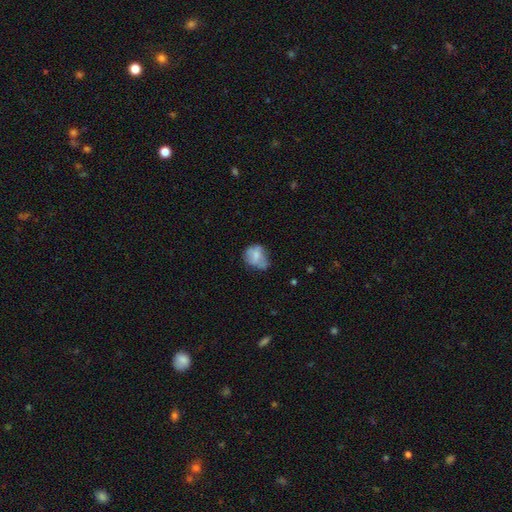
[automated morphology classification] Smooth or featured?
  - smooth: 68% *
  - featured or disk: 22%
  - star or artifact: 9%
How rounded?
  - in between: 50% *
  - round: 49%
  - cigar-shaped: 1%
Merging?
  - none: 42% *
  - minor disturbance: 37%
  - major disturbance: 17%
  - merger: 3%